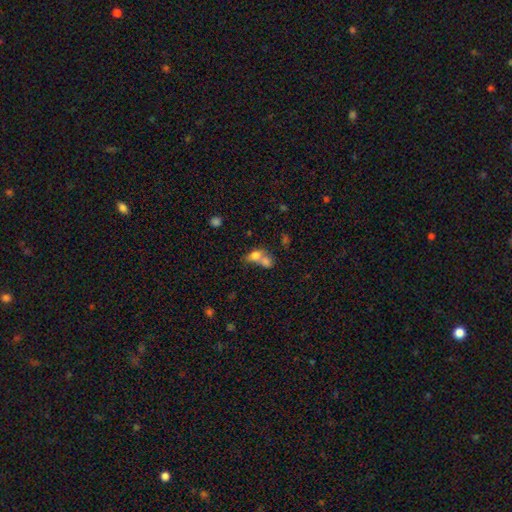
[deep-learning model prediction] Morphology: type=smooth (57%); roundness=in between (51%); merging=merger (54%).